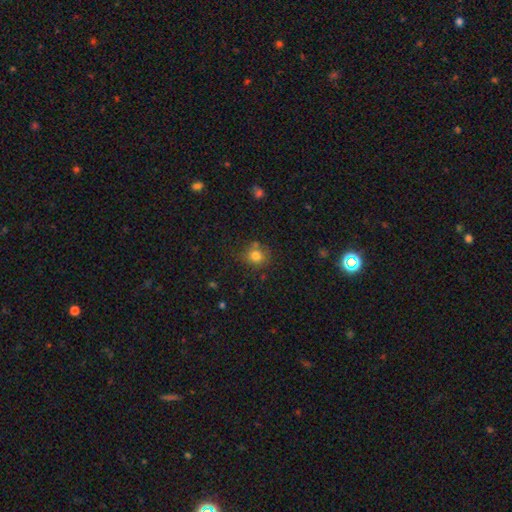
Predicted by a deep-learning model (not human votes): smooth 80%, star or artifact 13%, featured or disk 8%. Down the decision tree: how rounded — round (81%); merging — none (71%).